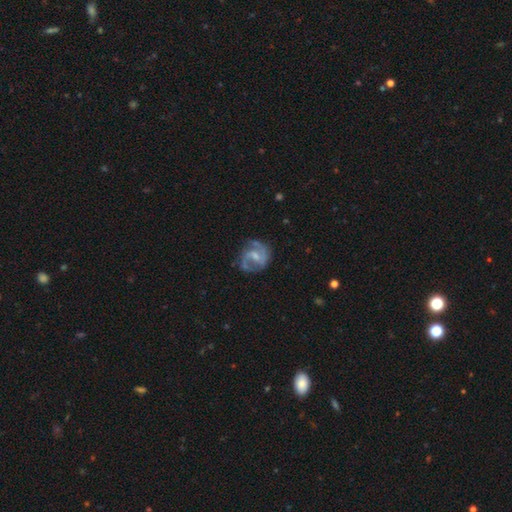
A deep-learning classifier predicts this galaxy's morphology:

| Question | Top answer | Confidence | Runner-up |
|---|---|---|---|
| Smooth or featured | featured or disk | 79% | smooth (14%) |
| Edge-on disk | no | 98% | yes (2%) |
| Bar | weak | 55% | no (30%) |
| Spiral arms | yes | 92% | no (8%) |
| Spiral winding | medium | 53% | loose (28%) |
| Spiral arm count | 2 | 82% | can't tell (7%) |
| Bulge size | small | 46% | moderate (35%) |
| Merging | none | 65% | minor disturbance (20%) |